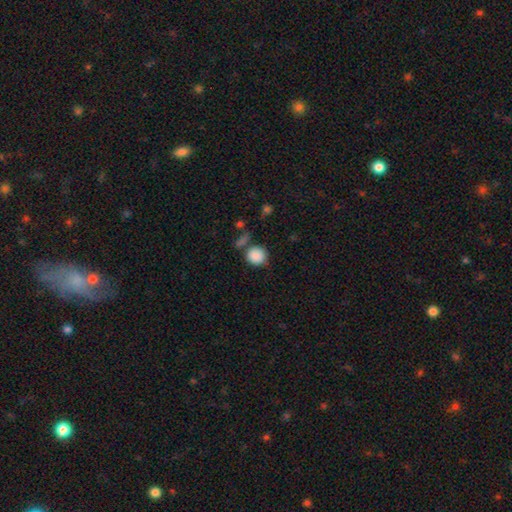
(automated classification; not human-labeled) A smooth galaxy with no disk features (87%) that is round (84%). Merging: none (68%).